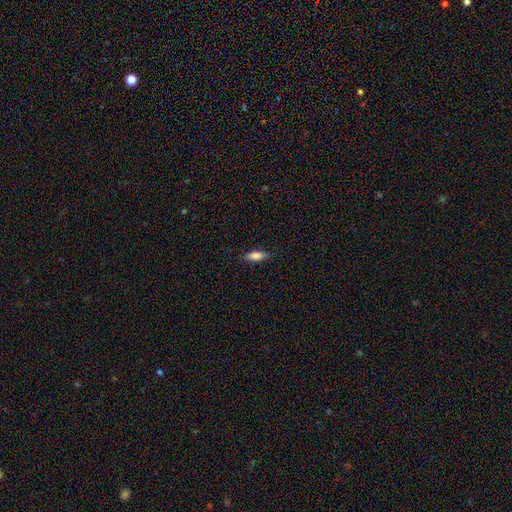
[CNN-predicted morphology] Smooth or featured?
  - smooth: 82% *
  - featured or disk: 11%
  - star or artifact: 7%
How rounded?
  - in between: 70% *
  - cigar-shaped: 28%
  - round: 2%
Merging?
  - none: 85% *
  - minor disturbance: 12%
  - major disturbance: 3%
  - merger: 1%